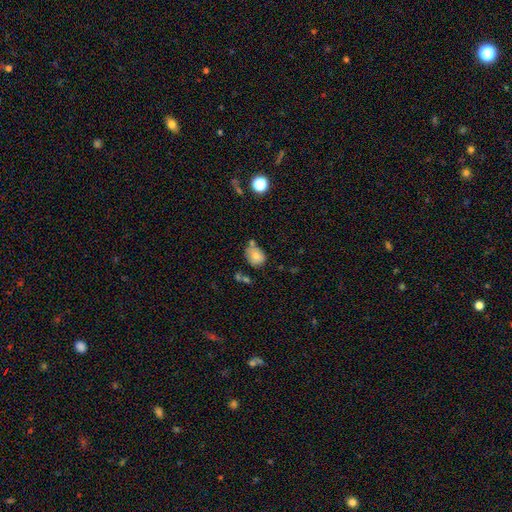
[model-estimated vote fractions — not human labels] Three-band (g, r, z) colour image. It shows a smooth galaxy with no disk features (75%) that is round (52%). Merging: none (58%).